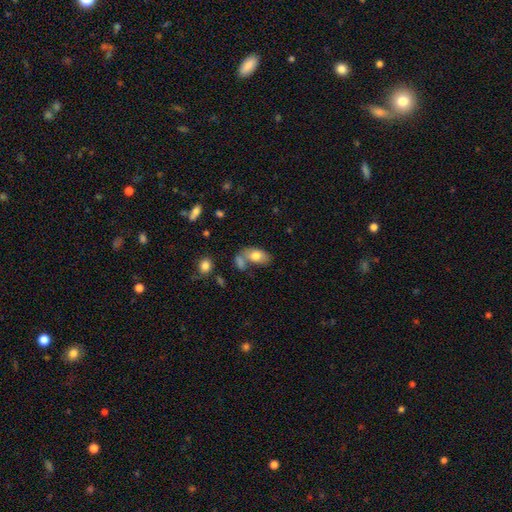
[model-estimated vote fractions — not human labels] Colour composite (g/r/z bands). It shows a smooth galaxy with no disk features (76%) that is in between round and cigar-shaped (90%). Merging: none (44%).